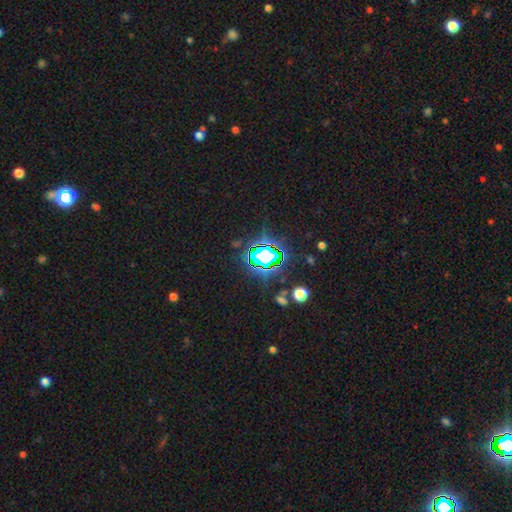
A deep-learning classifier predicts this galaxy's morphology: Smooth or featured?
  - star or artifact: 80% *
  - smooth: 12%
  - featured or disk: 8%